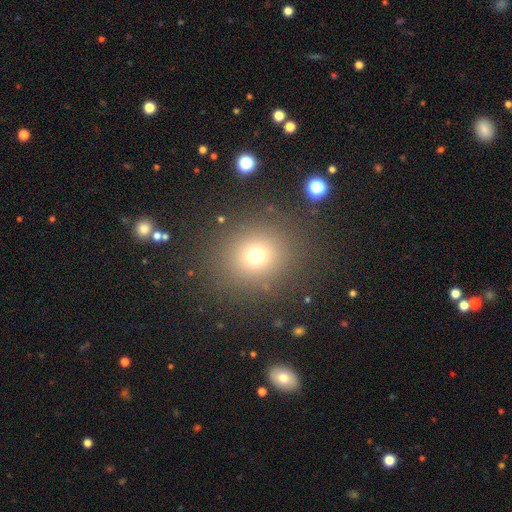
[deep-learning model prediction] Q: Smooth or featured?
A: smooth (70%); runner-up: star or artifact (20%)
Q: How rounded?
A: round (84%); runner-up: in between (15%)
Q: Merging?
A: none (85%); runner-up: minor disturbance (7%)